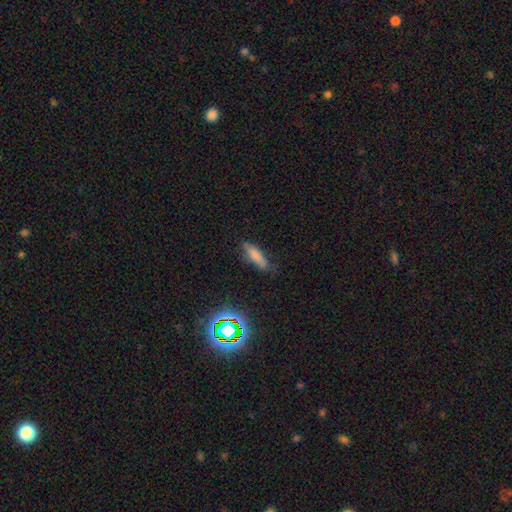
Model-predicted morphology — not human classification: smooth-or-featured: smooth: 72% | featured or disk: 17% | star or artifact: 11%
  how-rounded: cigar-shaped: 63% | in between: 35% | round: 2%
  merging: none: 74% | minor disturbance: 19% | major disturbance: 5% | merger: 2%